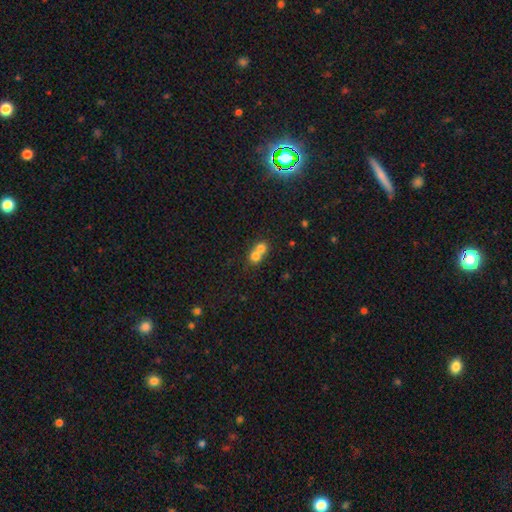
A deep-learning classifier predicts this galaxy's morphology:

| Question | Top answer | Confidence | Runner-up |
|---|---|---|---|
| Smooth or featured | smooth | 73% | featured or disk (16%) |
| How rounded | round | 74% | in between (25%) |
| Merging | merger | 71% | none (22%) |